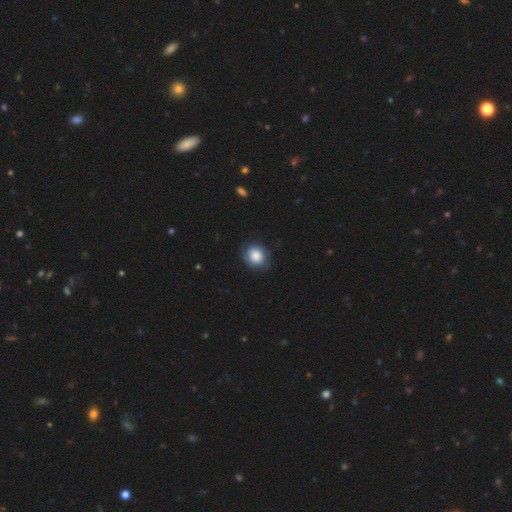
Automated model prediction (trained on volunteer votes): Smooth or featured? Predicted: smooth (p=0.75). How rounded? Predicted: round (p=0.70). Merging? Predicted: none (p=0.78).